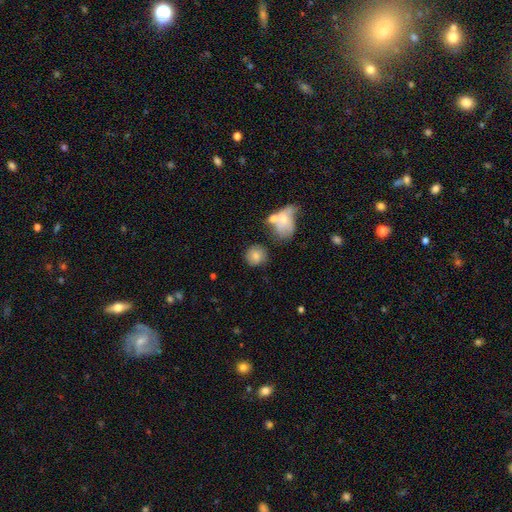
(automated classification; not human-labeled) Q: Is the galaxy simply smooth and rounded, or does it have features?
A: smooth — 74%.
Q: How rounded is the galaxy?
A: round — 83%.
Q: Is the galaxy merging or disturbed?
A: none — 65%.